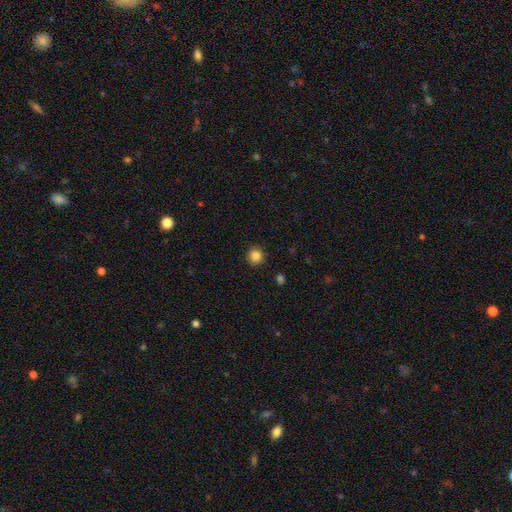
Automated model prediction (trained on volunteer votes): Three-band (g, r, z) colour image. It shows a smooth galaxy with no disk features (85%) that is round (93%). Merging: none (92%).